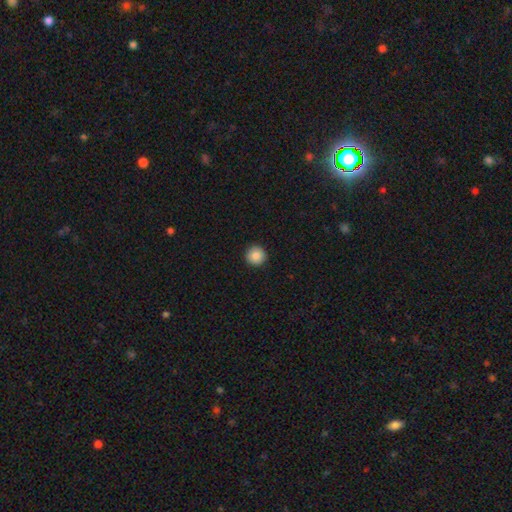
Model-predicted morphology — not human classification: A smooth galaxy with no disk features (87%) that is round (96%). Merging: none (93%).